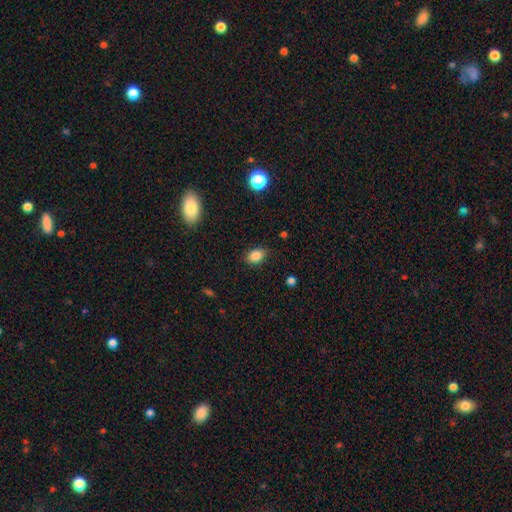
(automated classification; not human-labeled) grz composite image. It shows a smooth galaxy with no disk features (85%) that is in between round and cigar-shaped (78%). Merging: none (84%).